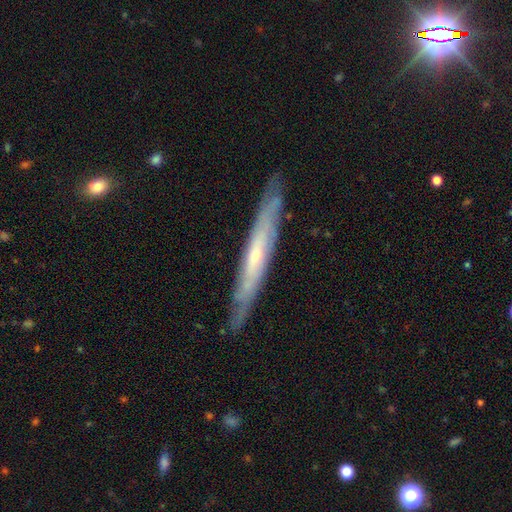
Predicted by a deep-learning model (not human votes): featured or disk 73%, smooth 21%, star or artifact 6%. Down the decision tree: edge-on disk — yes (75%); edge-on bulge — rounded (50%); merging — none (84%).